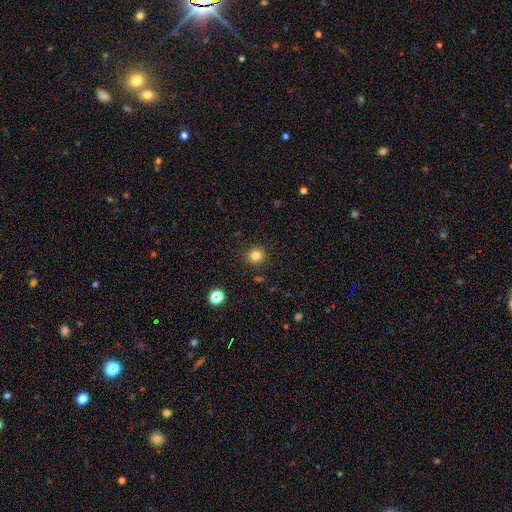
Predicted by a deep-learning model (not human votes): Overall: smooth (81%). How rounded: round (93%). Merging: none (90%).